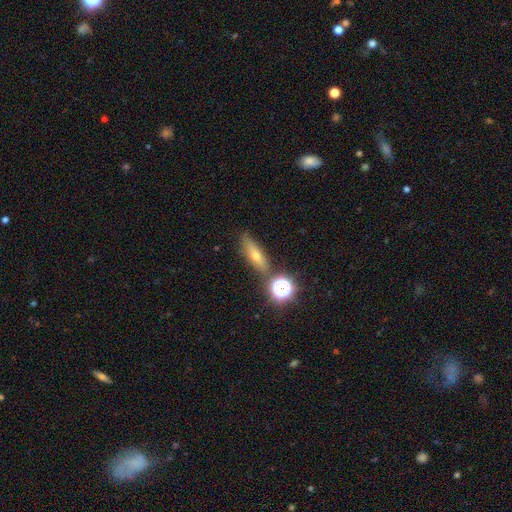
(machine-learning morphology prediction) Overall: smooth (47%; featured or disk 32%). Merging: none (77%).